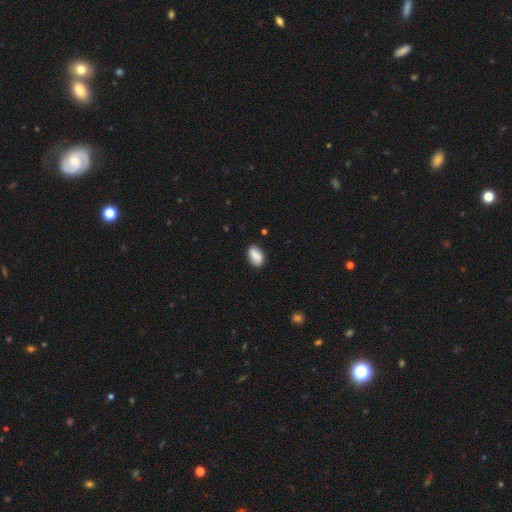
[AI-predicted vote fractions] A smooth galaxy with no disk features (85%) that is in between round and cigar-shaped (89%).

Vote fractions:
- Smooth or featured? smooth: 85% / star or artifact: 8% / featured or disk: 7%
- How rounded? in between: 89% / round: 6% / cigar-shaped: 5%
- Merging? none: 79% / minor disturbance: 15% / major disturbance: 3% / merger: 3%